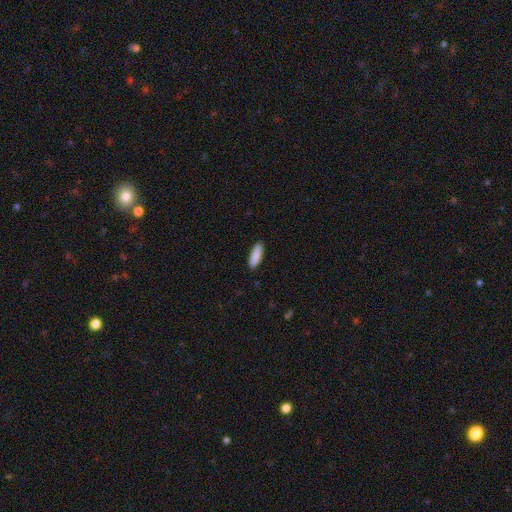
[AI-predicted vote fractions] Smooth or featured? Predicted: smooth (p=0.90). How rounded? Predicted: in between (p=0.55). Merging? Predicted: none (p=0.90).